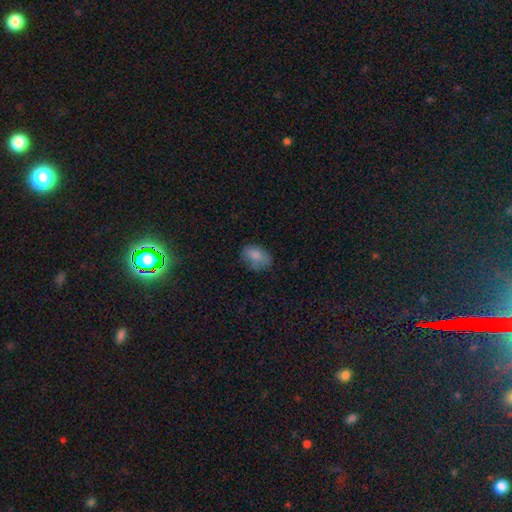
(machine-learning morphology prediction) Overall: smooth (82%). How rounded: in between (80%). Merging: none (70%).